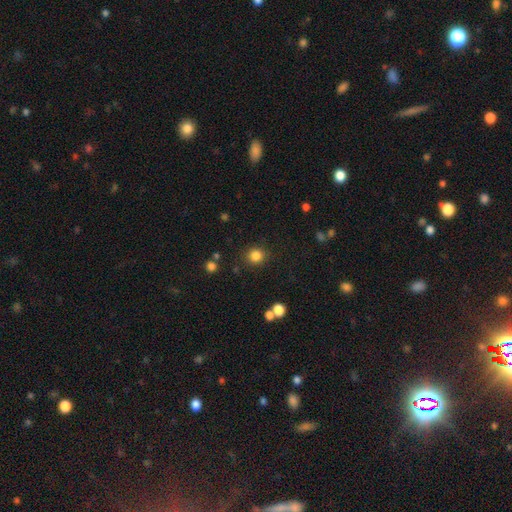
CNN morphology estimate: The model was most divided on "smooth or featured": smooth: 84%, star or artifact: 12%, featured or disk: 4%. More confident: how rounded — round (90%); merging — none (87%).